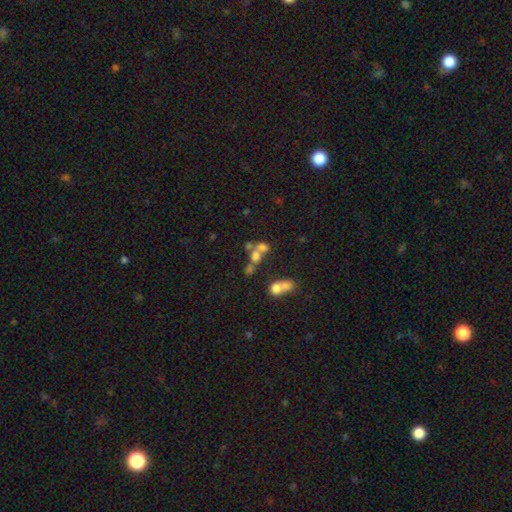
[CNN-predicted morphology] Smooth or featured: smooth — 57% (featured or disk — 24%)
How rounded: round — 58% (in between — 39%)
Merging: merger — 55% (none — 30%)